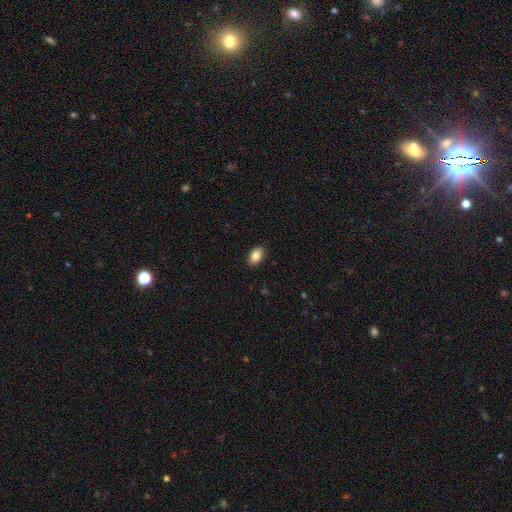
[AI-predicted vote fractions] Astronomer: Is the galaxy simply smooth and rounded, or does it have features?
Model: smooth — 85%.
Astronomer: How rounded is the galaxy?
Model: in between — 88%.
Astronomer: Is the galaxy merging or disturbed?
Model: none — 89%.